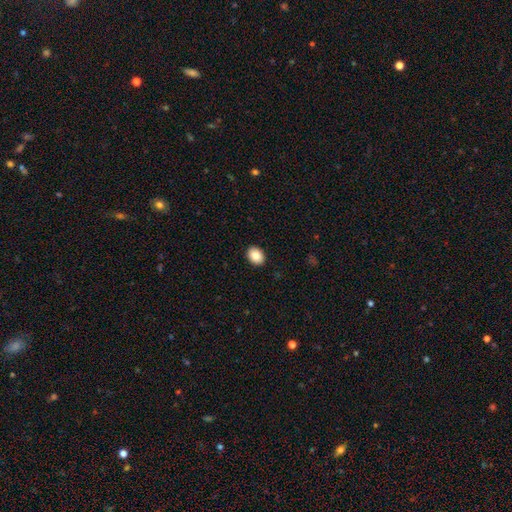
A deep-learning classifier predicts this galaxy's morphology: Smooth or featured?
  - smooth: 87% *
  - star or artifact: 8%
  - featured or disk: 5%
How rounded?
  - in between: 67% *
  - round: 32%
  - cigar-shaped: 1%
Merging?
  - none: 91% *
  - minor disturbance: 6%
  - major disturbance: 2%
  - merger: 1%